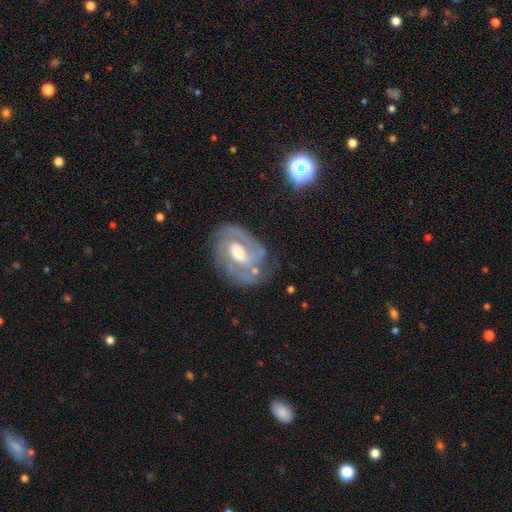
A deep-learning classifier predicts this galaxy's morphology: smooth-or-featured: featured or disk: 79% | smooth: 12% | star or artifact: 9%
  disk-edge-on: no: 95% | yes: 5%
    bar: weak: 45% | strong: 30% | no: 25%
    has-spiral-arms: yes: 85% | no: 15%
      spiral-winding: tight: 51% | medium: 38% | loose: 12%
      spiral-arm-count: 2: 64% | can't tell: 20% | 3: 7% | 1: 4% | 4: 3% | more than 4: 2%
    bulge-size: moderate: 66% | small: 20% | large: 11% | none: 2% | dominant: 1%
  merging: none: 75% | minor disturbance: 16% | major disturbance: 7% | merger: 2%